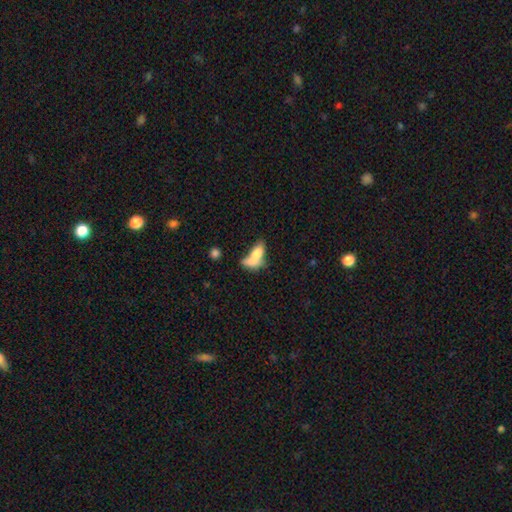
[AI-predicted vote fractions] smooth_or_featured: smooth (p=0.70) [alt: featured or disk p=0.21]
how_rounded: in between (p=0.71) [alt: cigar-shaped p=0.22]
merging: merger (p=0.51) [alt: none p=0.22]